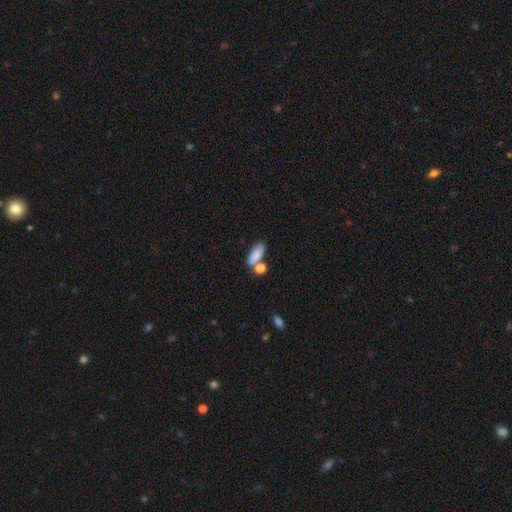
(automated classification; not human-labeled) smooth-or-featured: smooth: 84% | featured or disk: 9% | star or artifact: 8%
  how-rounded: in between: 77% | cigar-shaped: 18% | round: 5%
  merging: none: 53% | merger: 28% | minor disturbance: 14% | major disturbance: 5%